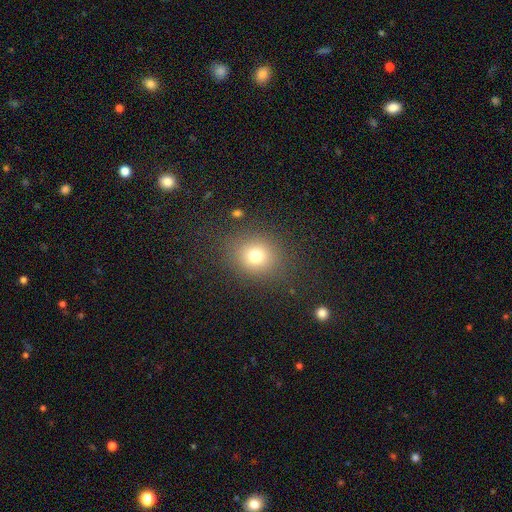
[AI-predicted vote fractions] smooth-or-featured: smooth: 75% | star or artifact: 16% | featured or disk: 10%
  how-rounded: round: 74% | in between: 25% | cigar-shaped: 1%
  merging: none: 83% | minor disturbance: 10% | major disturbance: 5% | merger: 2%